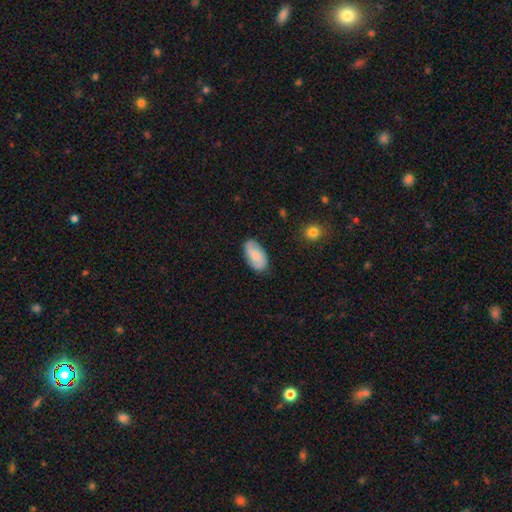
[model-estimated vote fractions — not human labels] smooth-or-featured: smooth: 58% | featured or disk: 35% | star or artifact: 7%
  how-rounded: in between: 94% | round: 4% | cigar-shaped: 3%
  merging: none: 80% | minor disturbance: 15% | major disturbance: 3% | merger: 1%